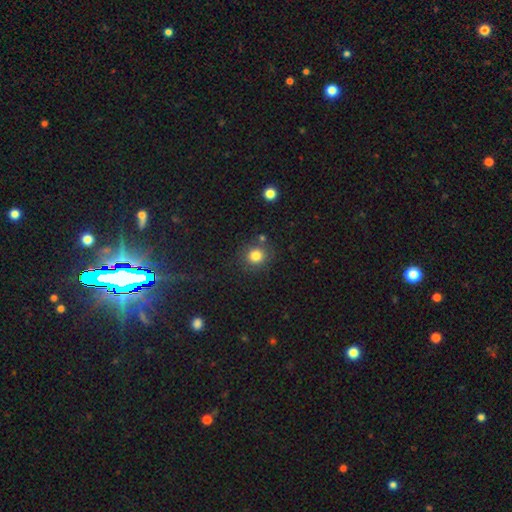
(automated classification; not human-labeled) Smooth or featured? smooth (82%)
How rounded? round (89%)
Merging? none (81%)